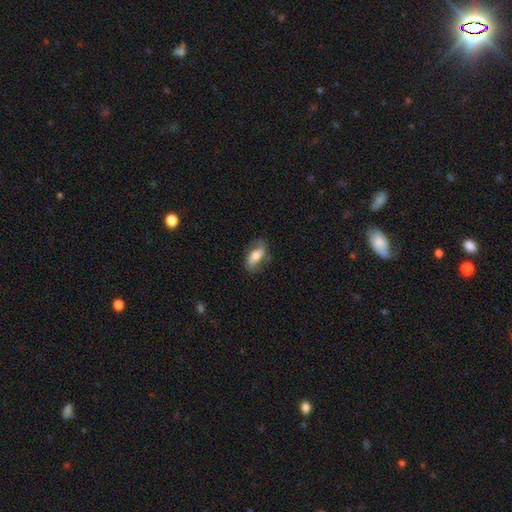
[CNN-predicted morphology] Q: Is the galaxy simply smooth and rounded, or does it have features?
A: smooth — 49%.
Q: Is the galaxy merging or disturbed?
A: none — 70%.